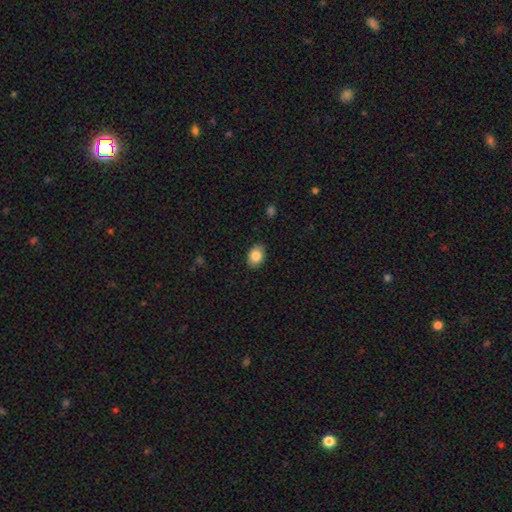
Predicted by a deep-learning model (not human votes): The model was most divided on "how rounded": in between: 78%, round: 21%, cigar-shaped: 1%. More confident: merging — none (88%); smooth or featured — smooth (85%).